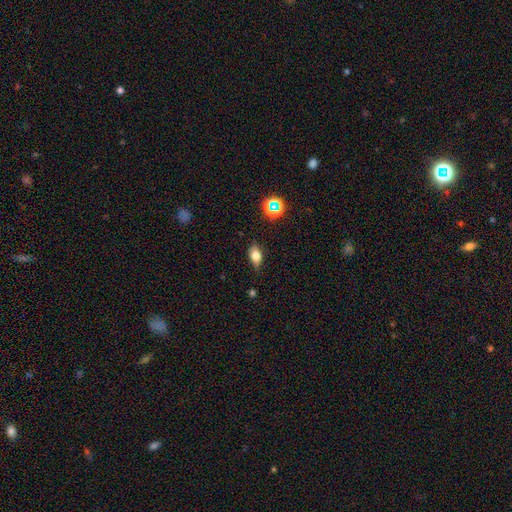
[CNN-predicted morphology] A smooth galaxy with no disk features (70%) that is in between round and cigar-shaped (79%). Merging: none (77%).